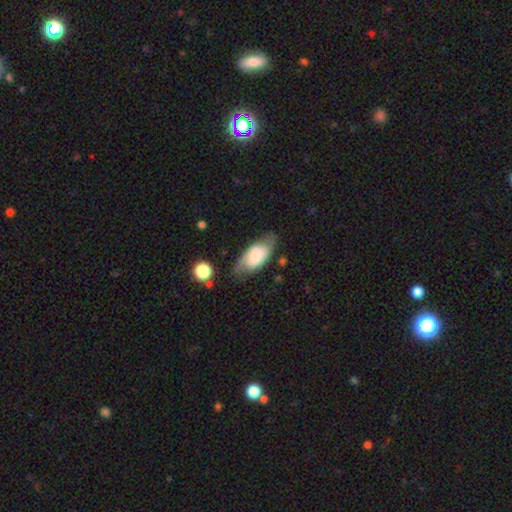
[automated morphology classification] This appears to be a smooth galaxy with no disk features (54%) that is in between round and cigar-shaped (90%). Merging: none (66%).